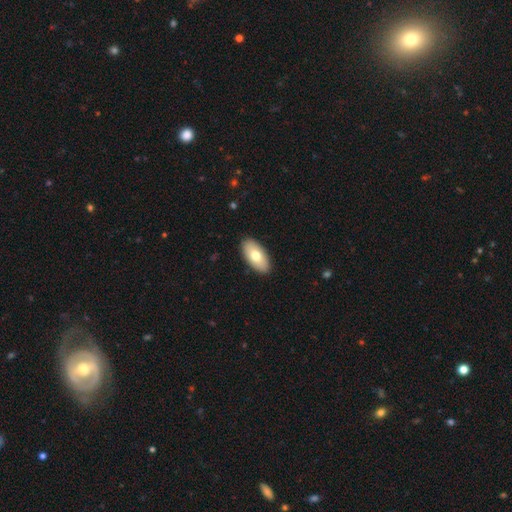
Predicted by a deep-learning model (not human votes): Q: Smooth or featured?
A: smooth (71%); runner-up: featured or disk (23%)
Q: How rounded?
A: in between (94%); runner-up: cigar-shaped (4%)
Q: Merging?
A: none (90%); runner-up: minor disturbance (8%)